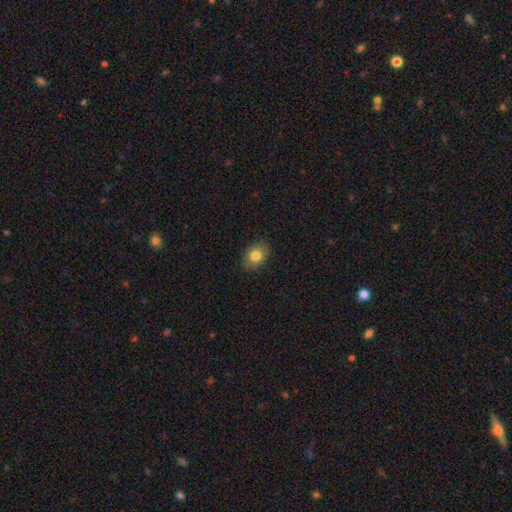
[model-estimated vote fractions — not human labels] smooth-or-featured: smooth: 80% | featured or disk: 11% | star or artifact: 9%
  how-rounded: in between: 70% | round: 29% | cigar-shaped: 1%
  merging: none: 87% | minor disturbance: 10% | major disturbance: 2% | merger: 1%